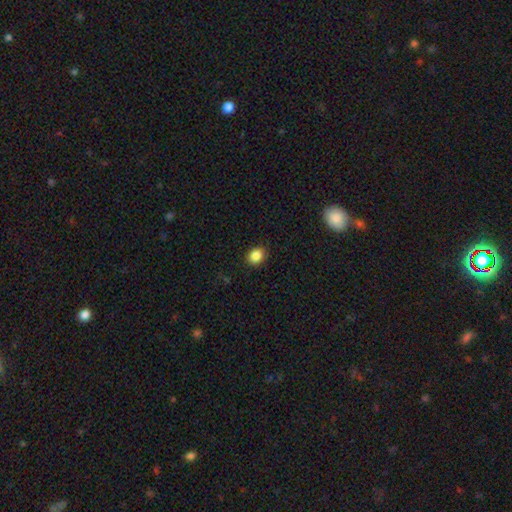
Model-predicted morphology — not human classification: The model was most divided on "how rounded": round: 59%, in between: 41%, cigar-shaped: 1%. More confident: merging — none (89%); smooth or featured — smooth (86%).